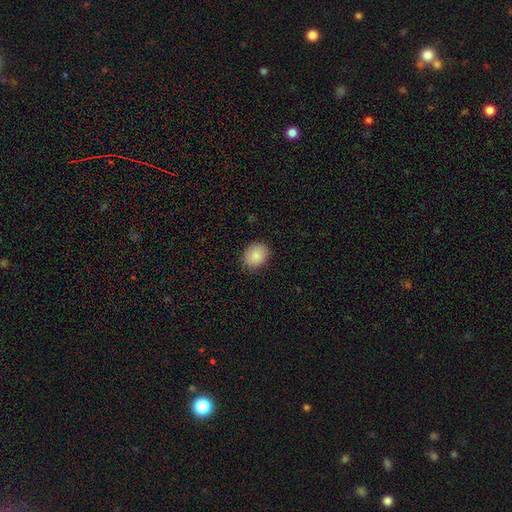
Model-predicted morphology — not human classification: smooth-or-featured: smooth: 88% | star or artifact: 8% | featured or disk: 5%
  how-rounded: round: 55% | in between: 44% | cigar-shaped: 1%
  merging: none: 86% | minor disturbance: 10% | major disturbance: 2% | merger: 1%